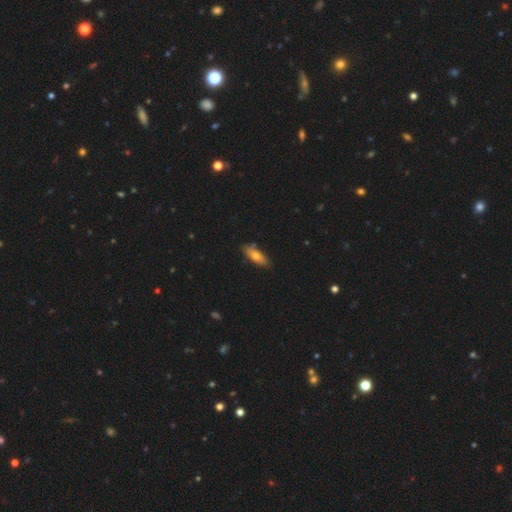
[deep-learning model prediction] Smooth or featured? Predicted: smooth (p=0.68). How rounded? Predicted: in between (p=0.67). Merging? Predicted: none (p=0.84).